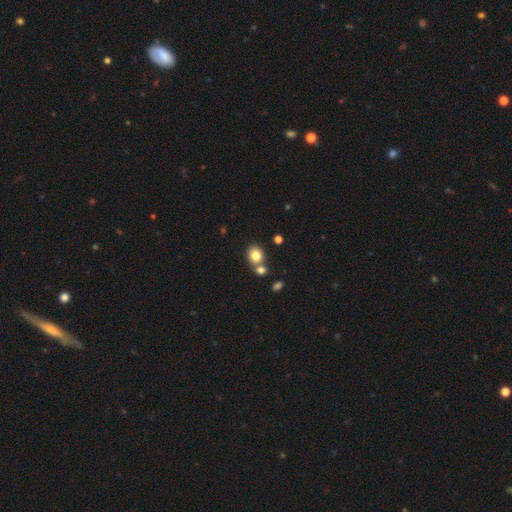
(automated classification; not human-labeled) Smooth or featured?
  - smooth: 82% *
  - star or artifact: 10%
  - featured or disk: 8%
How rounded?
  - round: 75% *
  - in between: 24%
  - cigar-shaped: 1%
Merging?
  - none: 60% *
  - merger: 28%
  - minor disturbance: 9%
  - major disturbance: 3%